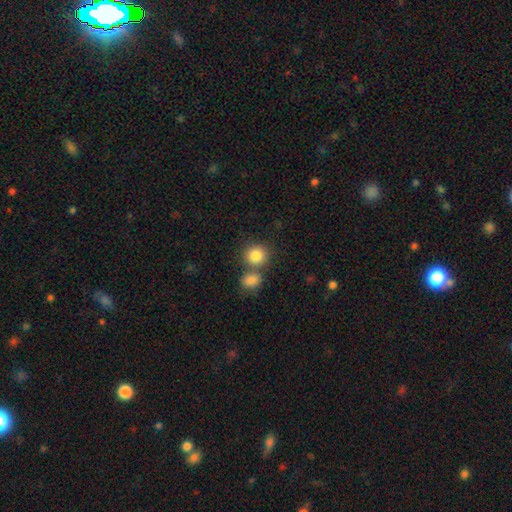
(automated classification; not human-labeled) Morphology: type=smooth (84%); roundness=round (81%); merging=none (56%).